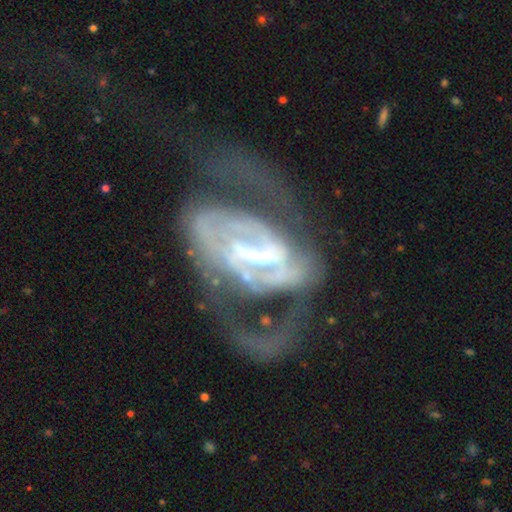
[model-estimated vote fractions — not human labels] Overall: featured or disk (87%). Edge-on disk: no (95%). Bar: strong (42%; weak 37%). Spiral arms: yes (84%). Spiral arm count: 2 (59%; can't tell 23%). Spiral winding: medium (44%; tight 31%). Bulge size: small (62%; moderate 32%). Merging: major disturbance (46%; none 33%).